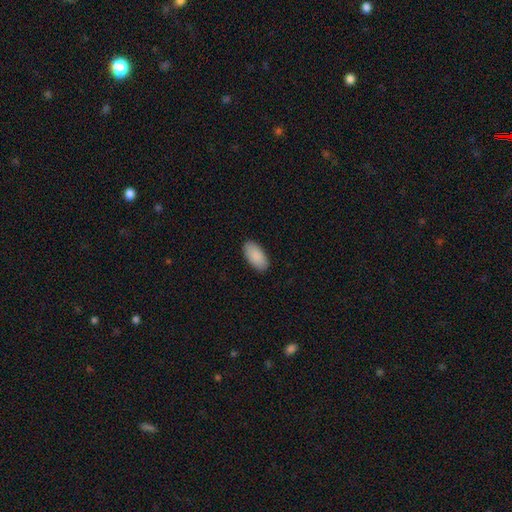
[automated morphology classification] The model was most divided on "merging": none: 89%, minor disturbance: 8%, major disturbance: 2%, merger: 1%. More confident: how rounded — in between (95%); smooth or featured — smooth (90%).